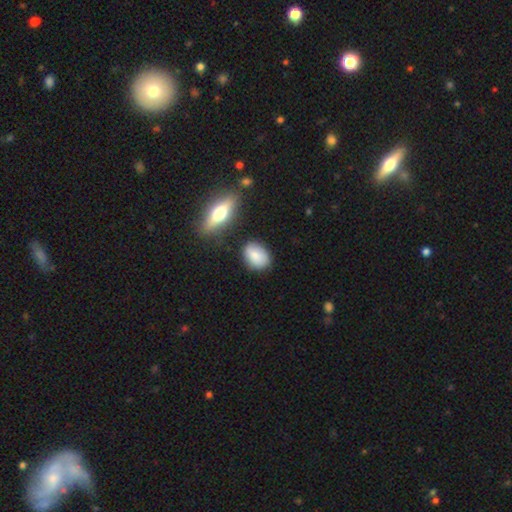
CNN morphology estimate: The model was most divided on "how rounded": in between: 78%, round: 20%, cigar-shaped: 2%. More confident: smooth or featured — smooth (83%); merging — none (78%).